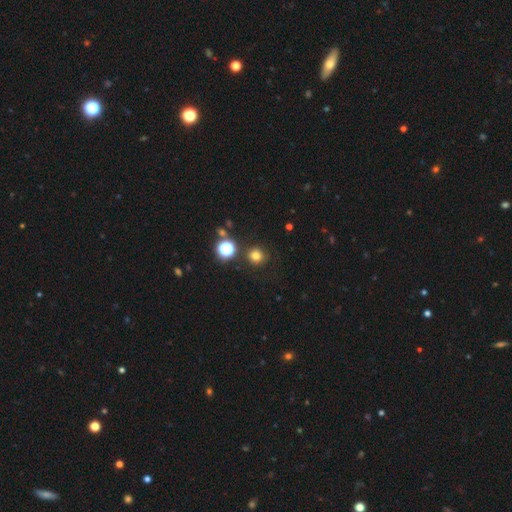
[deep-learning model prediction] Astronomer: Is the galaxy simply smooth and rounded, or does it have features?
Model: smooth — 75%.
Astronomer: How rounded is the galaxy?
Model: round — 93%.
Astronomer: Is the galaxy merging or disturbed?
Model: none — 86%.